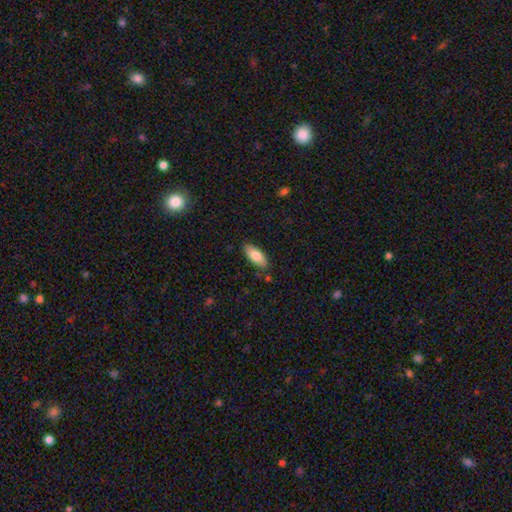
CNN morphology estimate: Smooth or featured? smooth (79%)
How rounded? in between (82%)
Merging? none (84%)